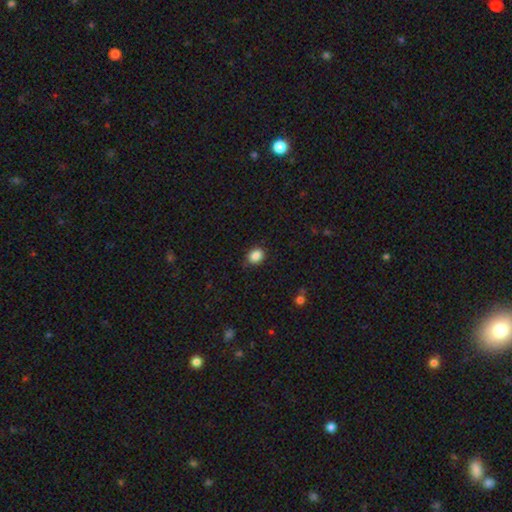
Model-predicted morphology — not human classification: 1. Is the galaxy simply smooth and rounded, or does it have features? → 87% smooth, 10% star or artifact, 4% featured or disk.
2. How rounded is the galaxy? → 57% round, 42% in between, 1% cigar-shaped.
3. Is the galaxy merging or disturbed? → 82% none, 14% minor disturbance, 3% major disturbance, 1% merger.